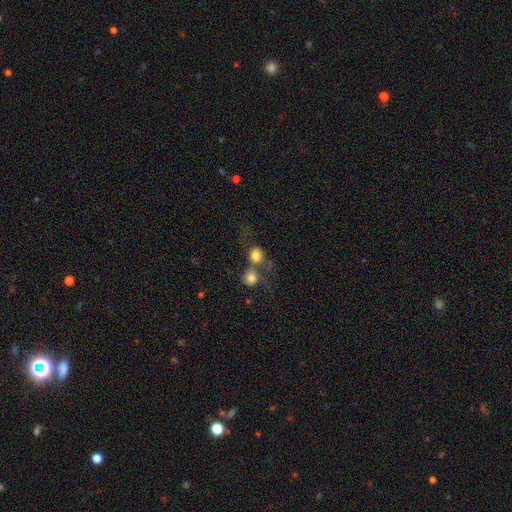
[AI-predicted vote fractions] This is likely a smooth galaxy (77%). How rounded: likely round (80%). Merging: possibly merger (53%).